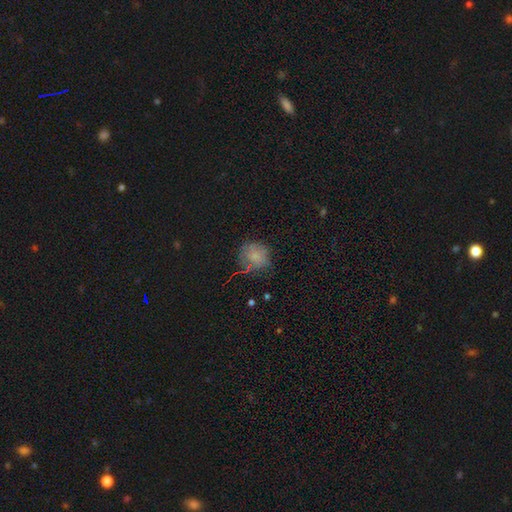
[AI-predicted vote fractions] Morphology: type=smooth (69%); roundness=round (80%); merging=none (63%).